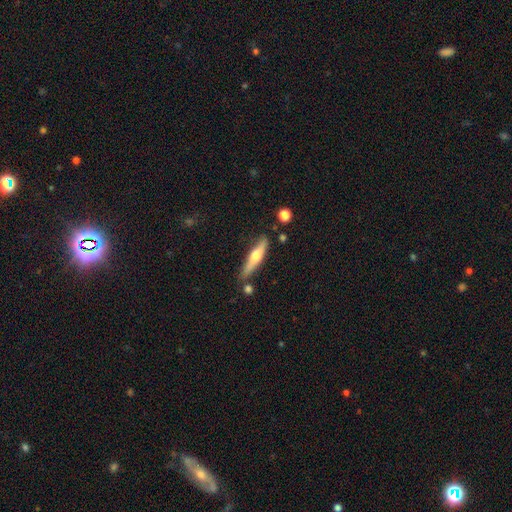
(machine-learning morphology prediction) Smooth or featured? featured or disk (53%)
Edge-on disk? yes (93%)
Merging? none (75%)